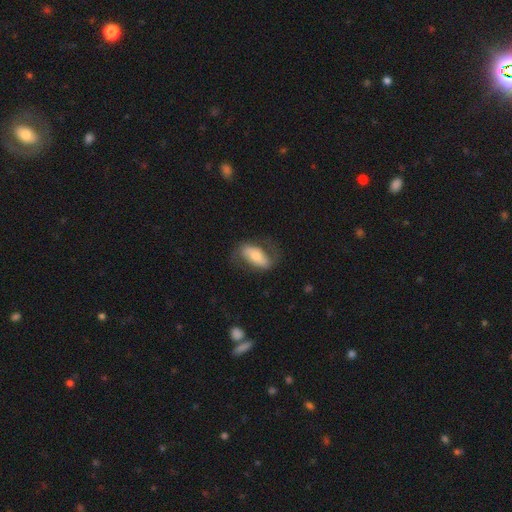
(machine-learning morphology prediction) Smooth or featured: featured or disk — 49% (smooth — 45%)
Merging: none — 65% (minor disturbance — 20%)